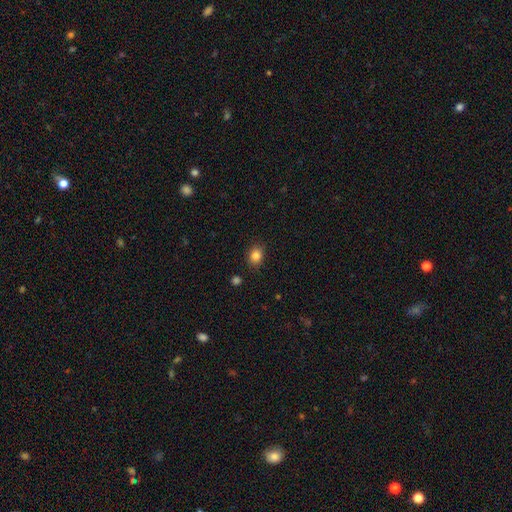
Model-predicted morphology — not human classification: smooth 84%, star or artifact 11%, featured or disk 6%. Down the decision tree: how rounded — round (52%); merging — none (87%).